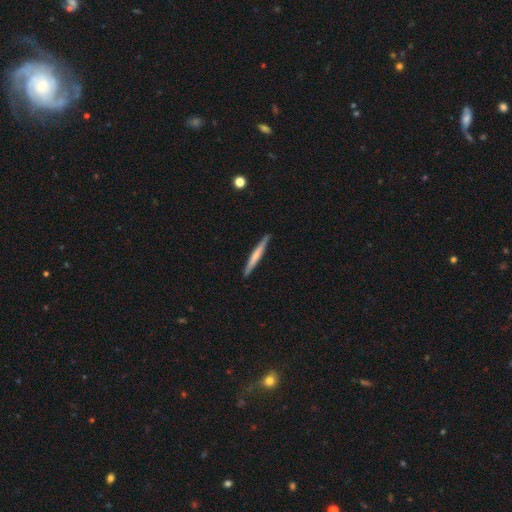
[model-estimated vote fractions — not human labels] Smooth or featured? smooth (52%)
How rounded? cigar-shaped (96%)
Merging? none (91%)